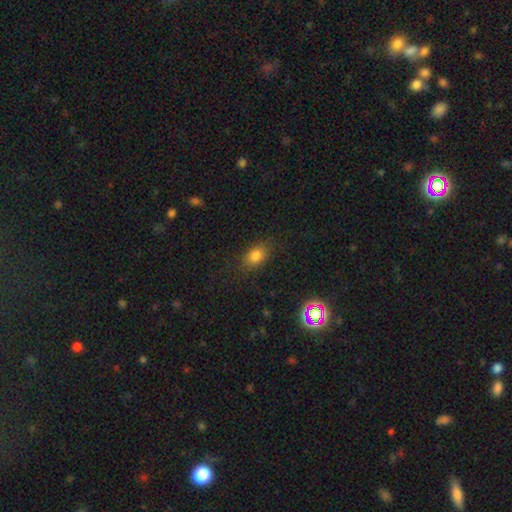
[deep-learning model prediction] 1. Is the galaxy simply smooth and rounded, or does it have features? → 80% smooth, 13% star or artifact, 7% featured or disk.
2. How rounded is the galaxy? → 76% in between, 22% round, 3% cigar-shaped.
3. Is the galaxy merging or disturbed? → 81% none, 13% minor disturbance, 5% major disturbance, 1% merger.